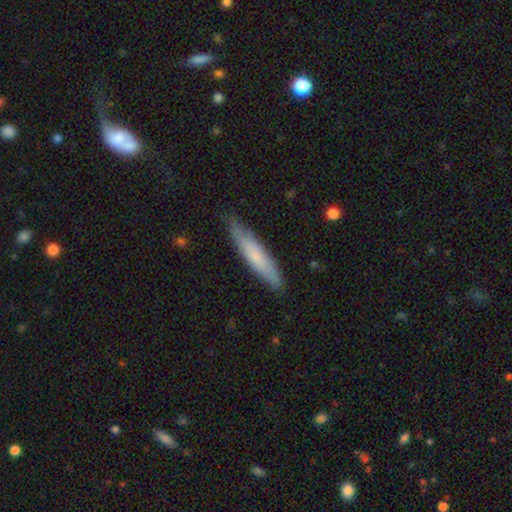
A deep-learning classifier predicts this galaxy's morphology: smooth_or_featured: smooth (p=0.65) [alt: featured or disk p=0.30]
how_rounded: cigar-shaped (p=0.87) [alt: in between p=0.12]
merging: none (p=0.80) [alt: minor disturbance p=0.16]